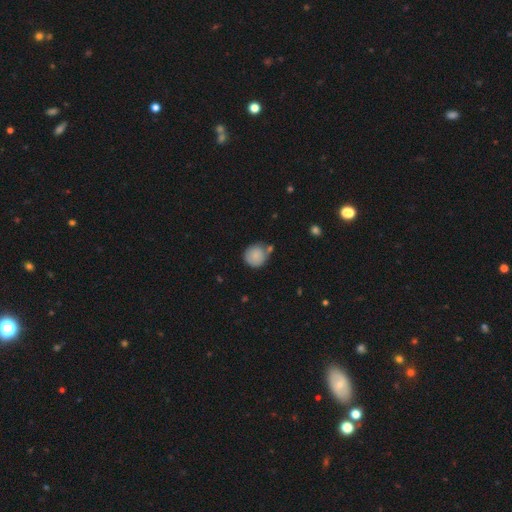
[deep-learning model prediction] smooth 86%, star or artifact 7%, featured or disk 7%. Down the decision tree: how rounded — round (89%); merging — none (63%).